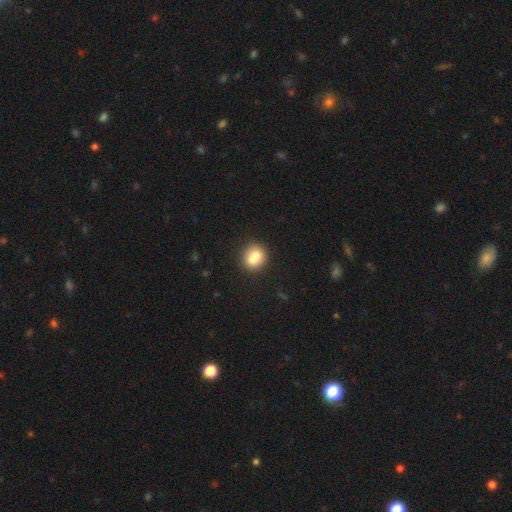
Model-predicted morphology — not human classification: This appears to be a smooth galaxy with no disk features (71%) that is round (80%). Merging: merger (45%).